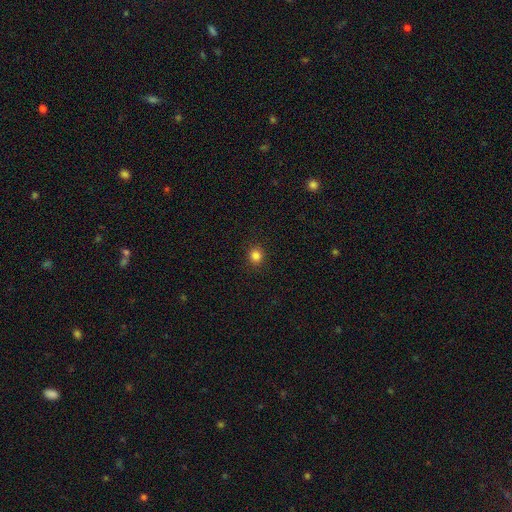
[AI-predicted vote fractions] A smooth galaxy with no disk features (84%) that is round (87%).

Vote fractions:
- Smooth or featured? smooth: 84% / star or artifact: 13% / featured or disk: 4%
- How rounded? round: 87% / in between: 12% / cigar-shaped: 1%
- Merging? none: 91% / minor disturbance: 6% / major disturbance: 2% / merger: 1%